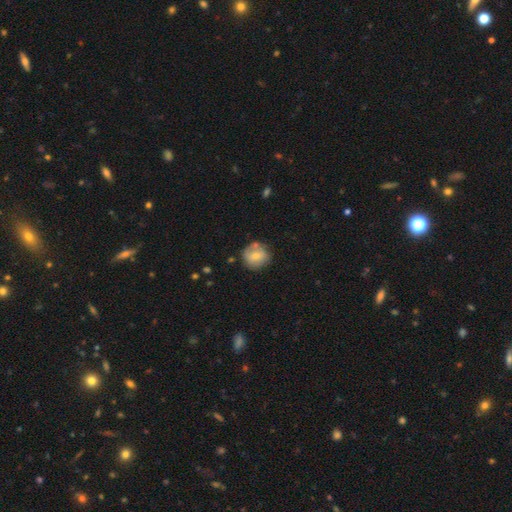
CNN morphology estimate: smooth_or_featured: smooth (p=0.64) [alt: featured or disk p=0.28]
how_rounded: round (p=0.87) [alt: in between p=0.12]
merging: none (p=0.66) [alt: minor disturbance p=0.20]